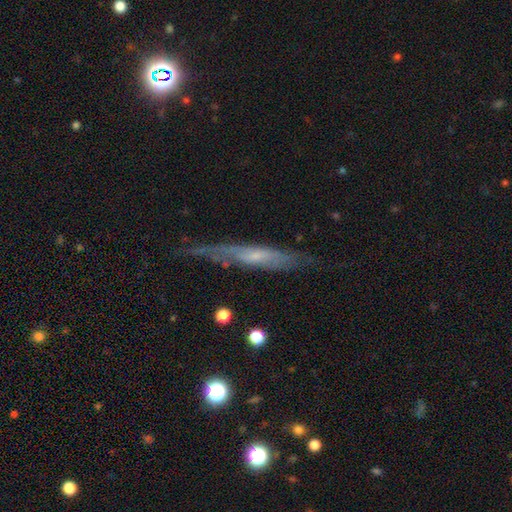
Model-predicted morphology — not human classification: The model was most divided on "edge-on disk": yes: 66%, no: 34%. More confident: smooth or featured — featured or disk (65%); merging — none (62%).